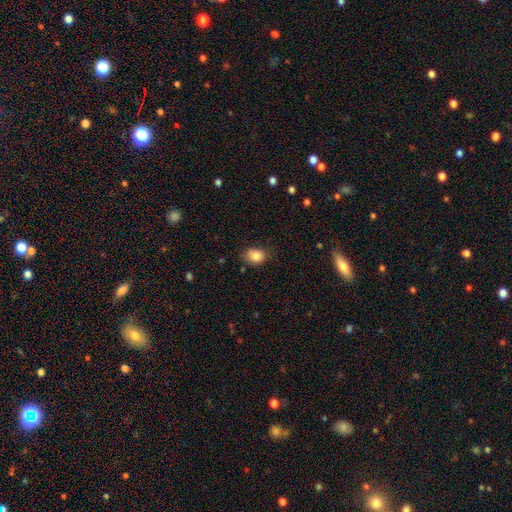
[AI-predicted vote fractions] This is clearly a smooth galaxy (85%). How rounded: likely in between (66%). Merging: likely none (73%).